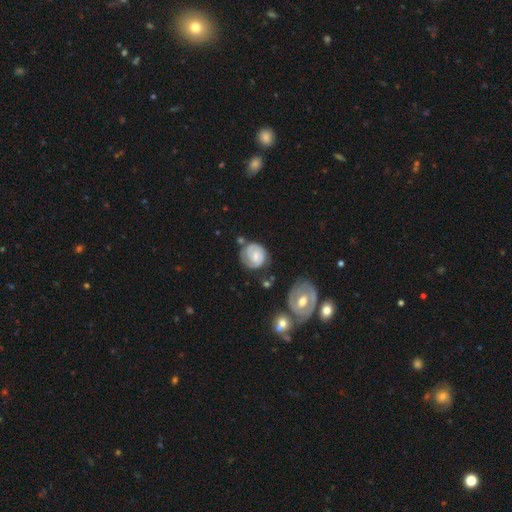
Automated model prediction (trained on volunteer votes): featured or disk 71%, smooth 23%, star or artifact 6%. Down the decision tree: edge-on disk — no (98%); bar — no (54%); spiral arms — yes (93%); spiral arm count — 2 (60%); spiral winding — tight (66%); bulge size — small (50%); merging — none (64%).